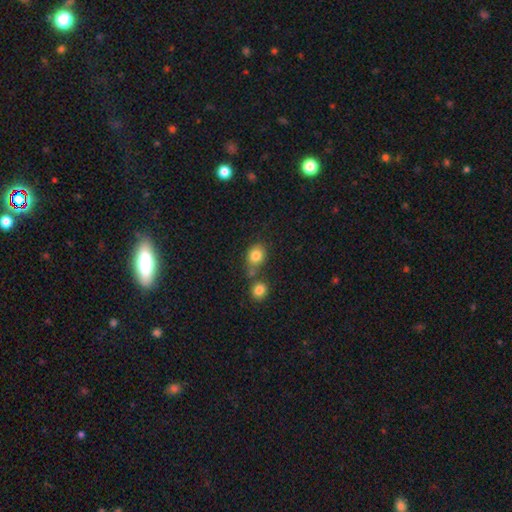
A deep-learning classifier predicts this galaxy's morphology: smooth 82%, star or artifact 11%, featured or disk 7%. Down the decision tree: how rounded — round (59%); merging — none (55%).